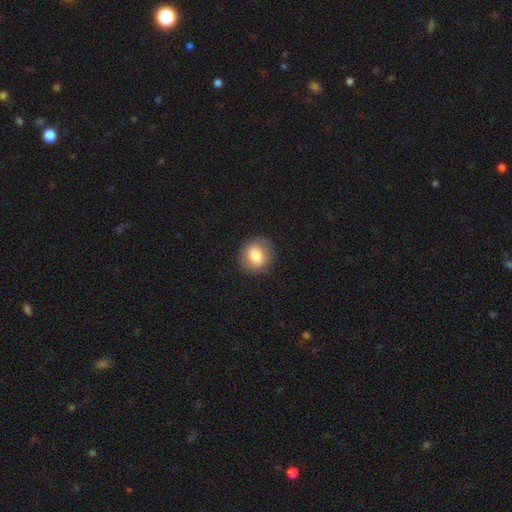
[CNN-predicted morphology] This is likely a smooth galaxy (79%). How rounded: likely round (74%). Merging: clearly none (85%).